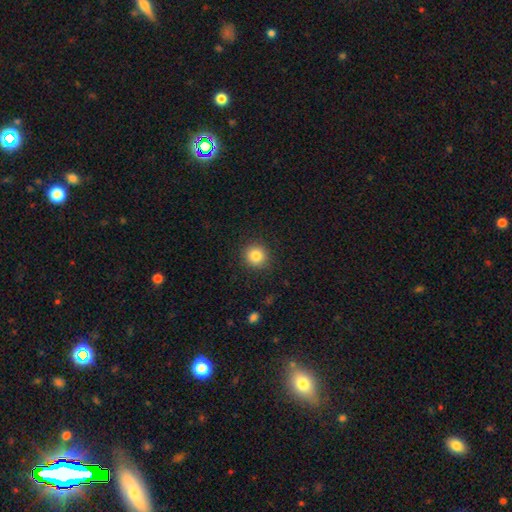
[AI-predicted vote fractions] This is clearly a smooth galaxy (83%). How rounded: clearly round (93%). Merging: clearly none (90%).